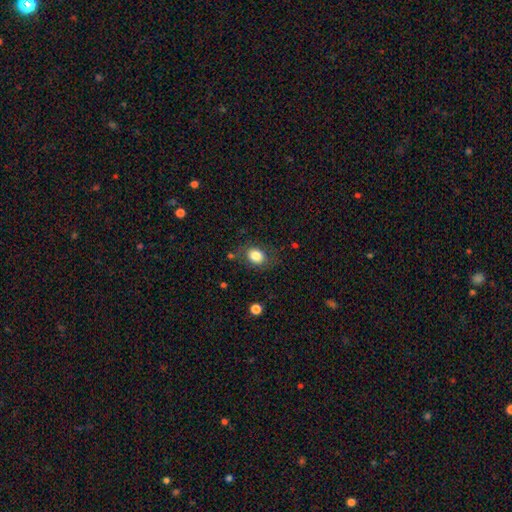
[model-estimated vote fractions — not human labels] Smooth or featured? smooth (82%)
How rounded? in between (57%)
Merging? none (74%)